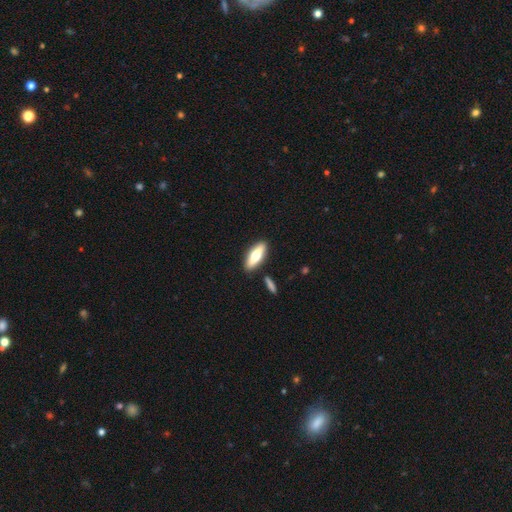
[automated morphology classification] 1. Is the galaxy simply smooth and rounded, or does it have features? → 61% smooth, 33% featured or disk, 6% star or artifact.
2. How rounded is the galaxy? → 59% in between, 38% cigar-shaped, 2% round.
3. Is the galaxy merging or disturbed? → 86% none, 8% minor disturbance, 4% merger, 2% major disturbance.